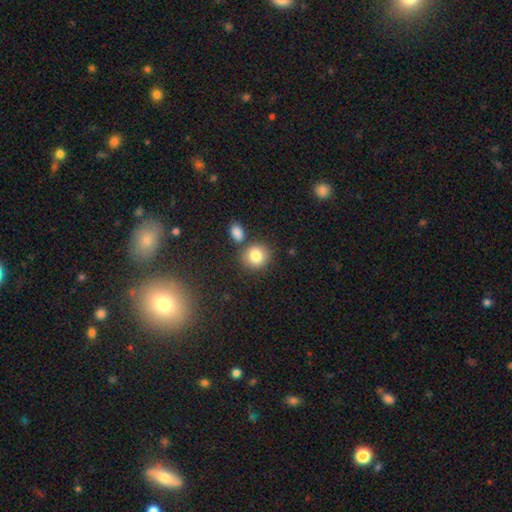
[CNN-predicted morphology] Smooth or featured? Predicted: smooth (p=0.82). How rounded? Predicted: round (p=0.81). Merging? Predicted: none (p=0.73).